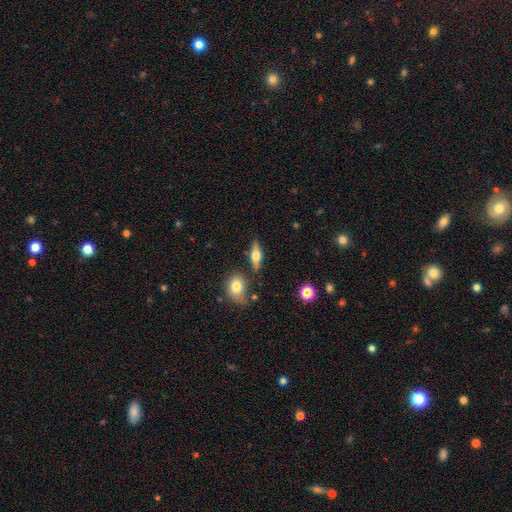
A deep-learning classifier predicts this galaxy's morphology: featured or disk 51%, smooth 41%, star or artifact 8%. Down the decision tree: edge-on disk — yes (90%); merging — none (79%).